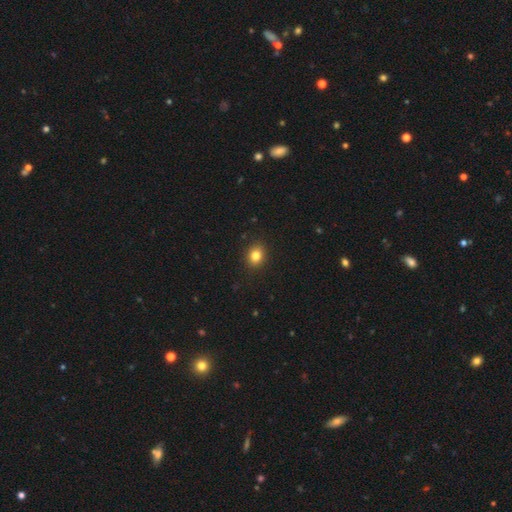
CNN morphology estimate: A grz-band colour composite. It shows a smooth galaxy with no disk features (83%) that is round (62%). Merging: none (90%).